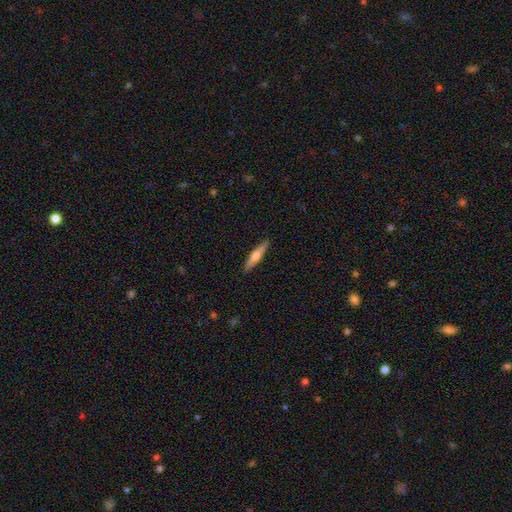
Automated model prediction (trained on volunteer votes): A smooth galaxy with no disk features (48%).

Vote fractions:
- Smooth or featured? smooth: 48% / featured or disk: 47% / star or artifact: 6%
- Merging? none: 90% / minor disturbance: 7% / major disturbance: 1% / merger: 1%